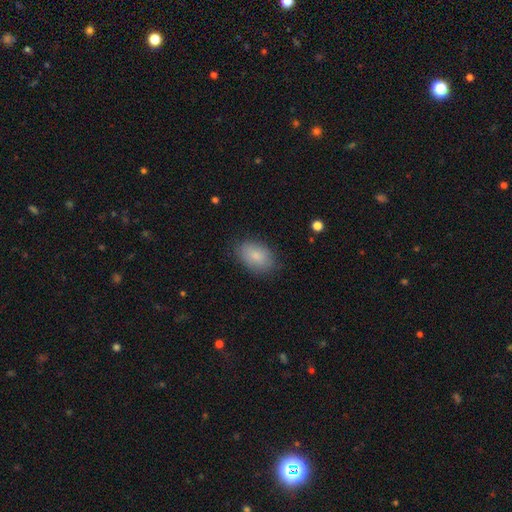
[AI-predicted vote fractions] Smooth or featured: smooth — 84% (featured or disk — 8%)
How rounded: in between — 88% (round — 11%)
Merging: none — 81% (minor disturbance — 14%)